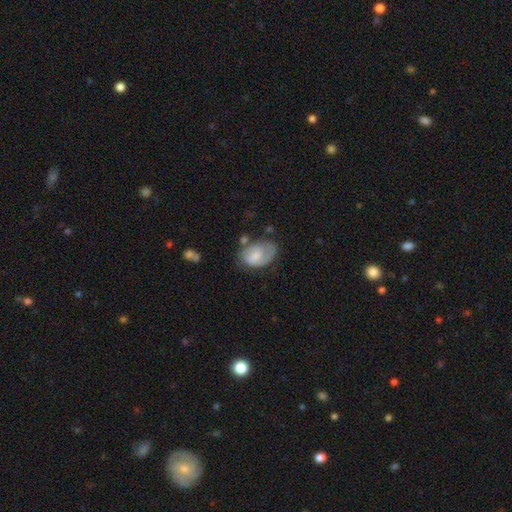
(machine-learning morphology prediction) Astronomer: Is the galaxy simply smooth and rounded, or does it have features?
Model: featured or disk — 49% (runner-up: smooth, 44%).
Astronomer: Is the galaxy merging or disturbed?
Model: none — 51% (runner-up: minor disturbance, 28%).